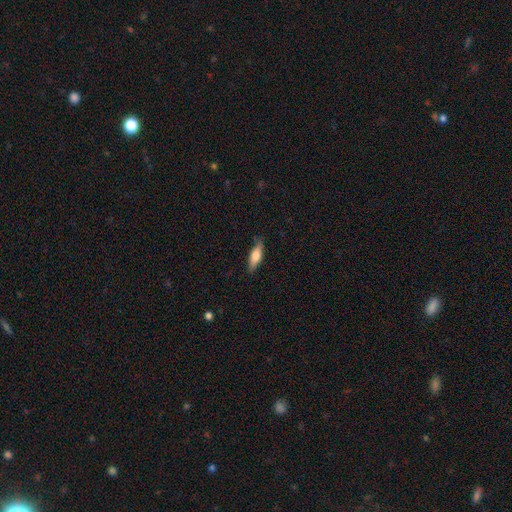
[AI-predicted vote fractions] A smooth galaxy with no disk features (69%) that is cigar-shaped (51%).

Vote fractions:
- Smooth or featured? smooth: 69% / featured or disk: 24% / star or artifact: 6%
- How rounded? cigar-shaped: 51% / in between: 47% / round: 2%
- Merging? none: 81% / minor disturbance: 15% / major disturbance: 3% / merger: 1%